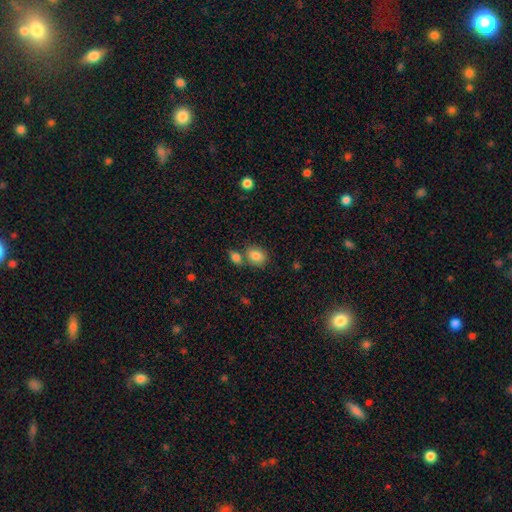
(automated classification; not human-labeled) This is clearly a smooth galaxy (84%). How rounded: possibly in between (59%). Merging: possibly none (56%).